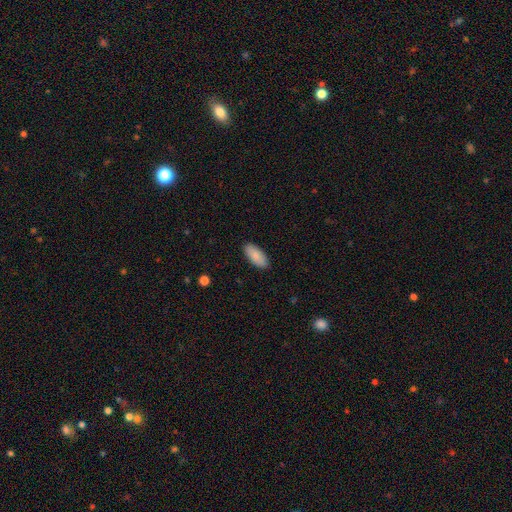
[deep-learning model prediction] smooth-or-featured: smooth: 88% | featured or disk: 6% | star or artifact: 6%
  how-rounded: in between: 90% | cigar-shaped: 9% | round: 2%
  merging: none: 89% | minor disturbance: 8% | major disturbance: 2% | merger: 1%